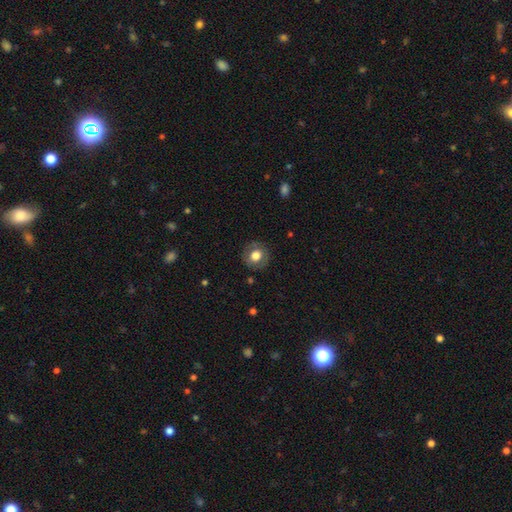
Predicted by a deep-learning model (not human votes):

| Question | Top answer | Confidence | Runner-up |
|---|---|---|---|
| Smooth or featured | smooth | 69% | featured or disk (23%) |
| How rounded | round | 83% | in between (16%) |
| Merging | none | 84% | minor disturbance (11%) |